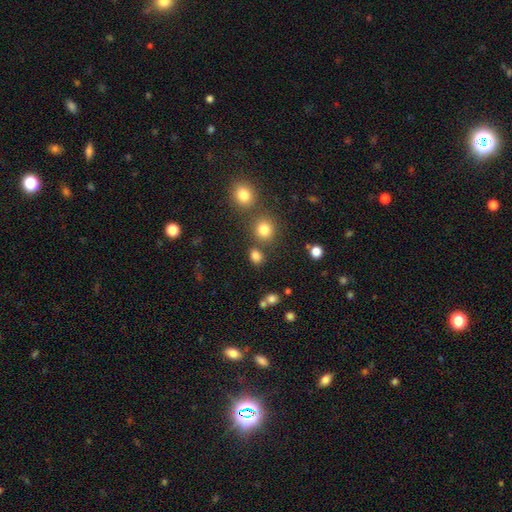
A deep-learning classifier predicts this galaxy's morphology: This is clearly a smooth galaxy (80%). How rounded: possibly round (60%). Merging: likely none (75%).